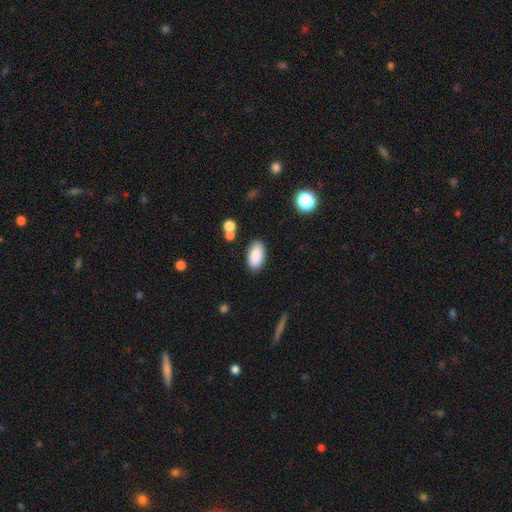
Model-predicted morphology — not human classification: Smooth or featured: smooth — 89% (star or artifact — 7%)
How rounded: in between — 94% (round — 3%)
Merging: none — 86% (minor disturbance — 9%)